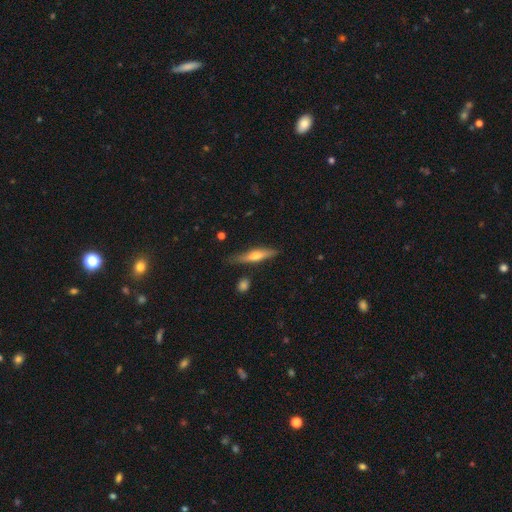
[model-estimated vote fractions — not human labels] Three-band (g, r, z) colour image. It shows a featured or disk galaxy (49%). Merging: none (77%).